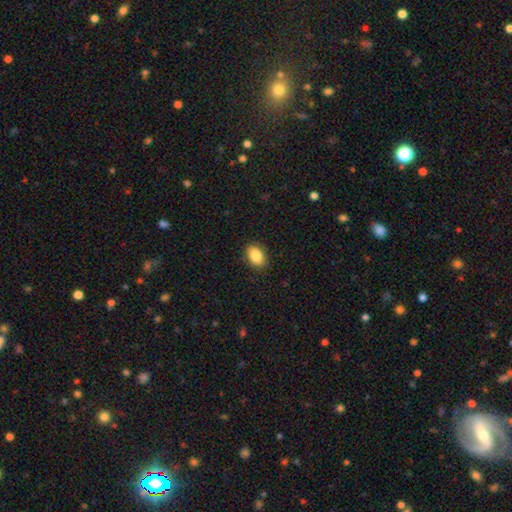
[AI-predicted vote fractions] Overall: smooth (87%). How rounded: in between (84%). Merging: none (88%).